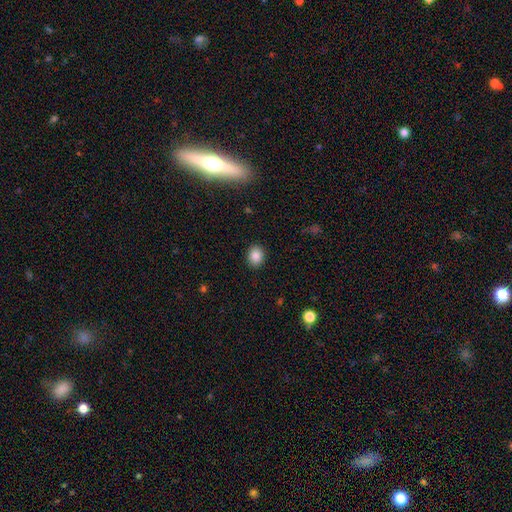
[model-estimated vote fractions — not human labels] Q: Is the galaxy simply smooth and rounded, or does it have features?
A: smooth — 86%.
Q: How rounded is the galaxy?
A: round — 55%.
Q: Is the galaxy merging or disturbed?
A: none — 90%.